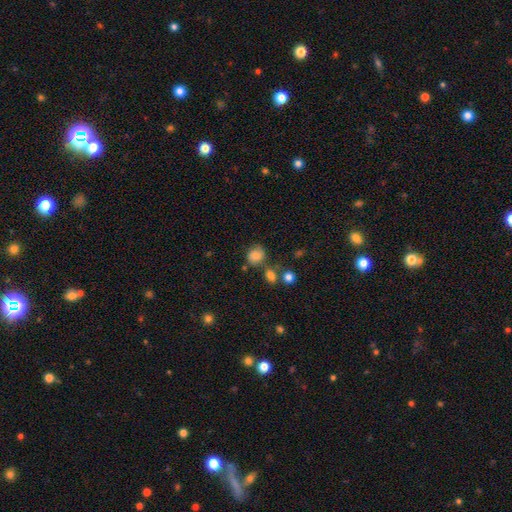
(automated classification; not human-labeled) The model was most divided on "how rounded": round: 72%, in between: 27%, cigar-shaped: 1%. More confident: smooth or featured — smooth (81%); merging — none (65%).